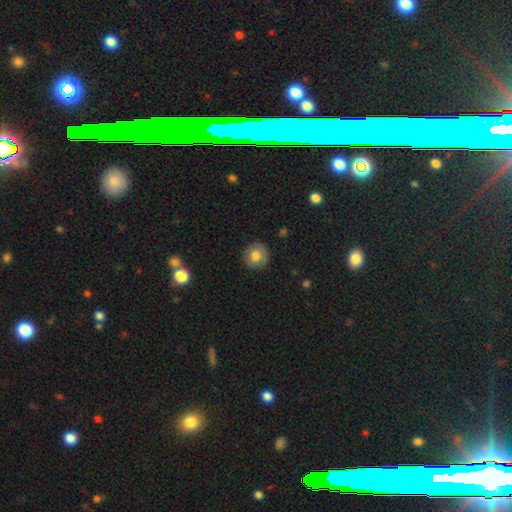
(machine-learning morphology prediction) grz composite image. It shows a smooth galaxy with no disk features (74%) that is round (91%). Merging: none (86%).